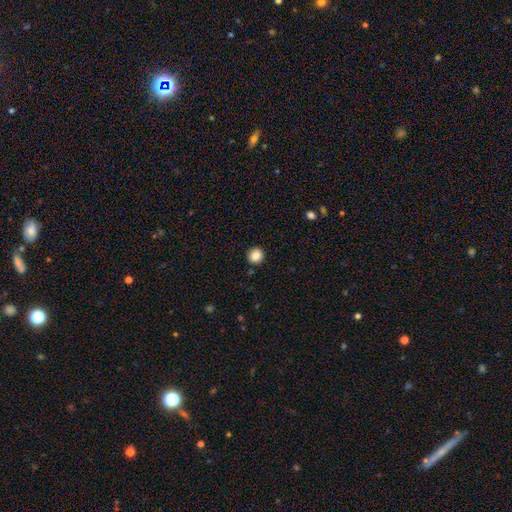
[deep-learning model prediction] This is clearly a smooth galaxy (86%). How rounded: clearly round (91%). Merging: clearly none (91%).